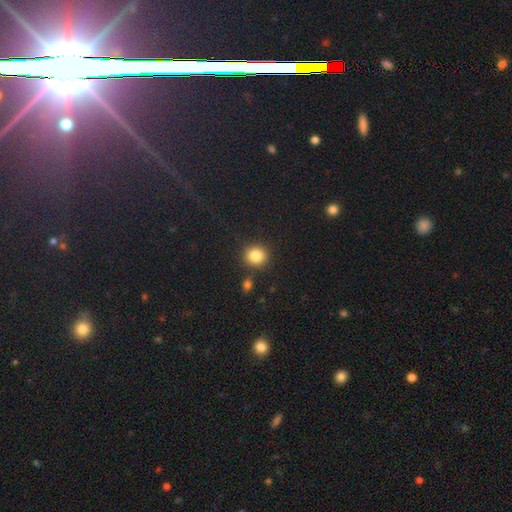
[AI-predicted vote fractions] Q: Smooth or featured?
A: smooth (84%); runner-up: star or artifact (11%)
Q: How rounded?
A: round (85%); runner-up: in between (14%)
Q: Merging?
A: none (83%); runner-up: minor disturbance (8%)